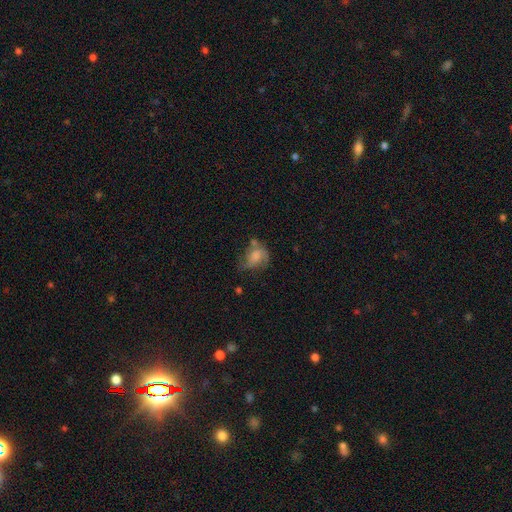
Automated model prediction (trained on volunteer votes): This appears to be a smooth galaxy with no disk features (46%). Merging: none (37%).